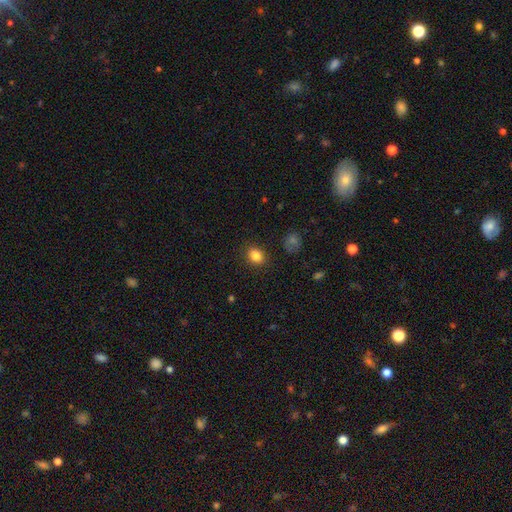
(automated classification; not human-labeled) Smooth or featured: smooth — 84% (star or artifact — 10%)
How rounded: in between — 61% (round — 38%)
Merging: none — 86% (minor disturbance — 10%)